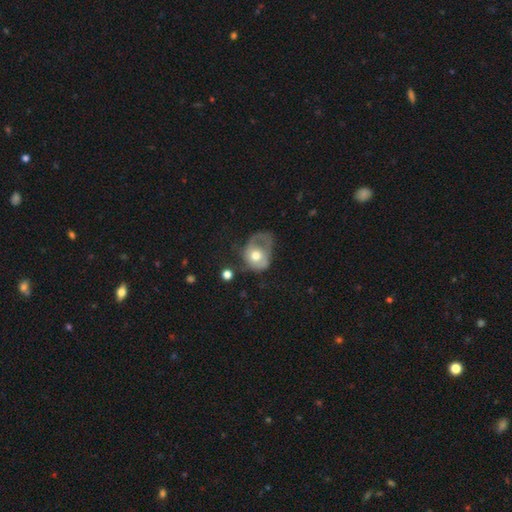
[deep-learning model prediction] A smooth galaxy with no disk features (52%) that is in between round and cigar-shaped (52%).

Vote fractions:
- Smooth or featured? smooth: 52% / featured or disk: 41% / star or artifact: 7%
- How rounded? in between: 52% / round: 47% / cigar-shaped: 1%
- Merging? major disturbance: 53% / minor disturbance: 24% / none: 19% / merger: 4%